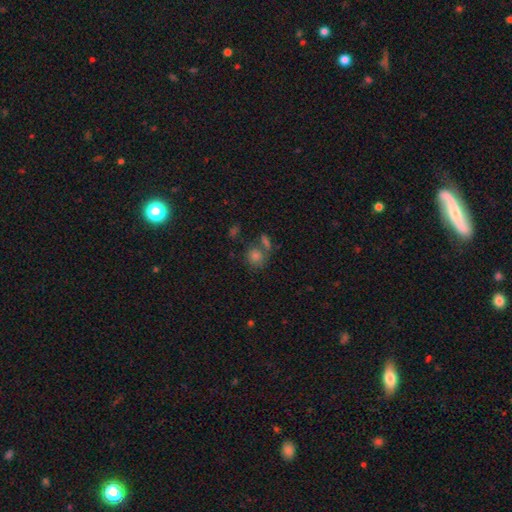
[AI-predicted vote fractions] The model was most divided on "merging": none: 54%, merger: 27%, minor disturbance: 12%, major disturbance: 7%. More confident: how rounded — round (77%); smooth or featured — smooth (70%).